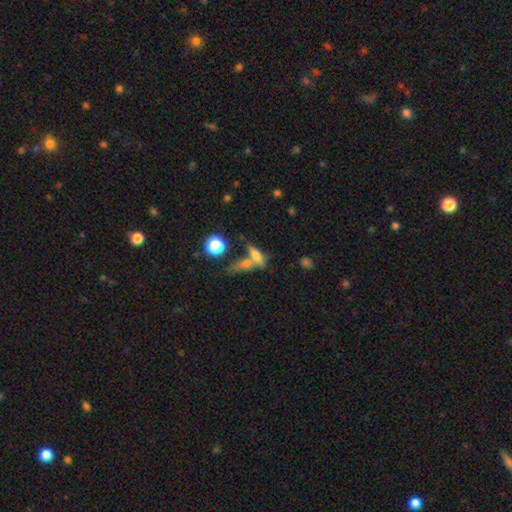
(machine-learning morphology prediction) This is possibly a smooth galaxy (58%). How rounded: possibly cigar-shaped (51%). Merging: marginally none (44%).